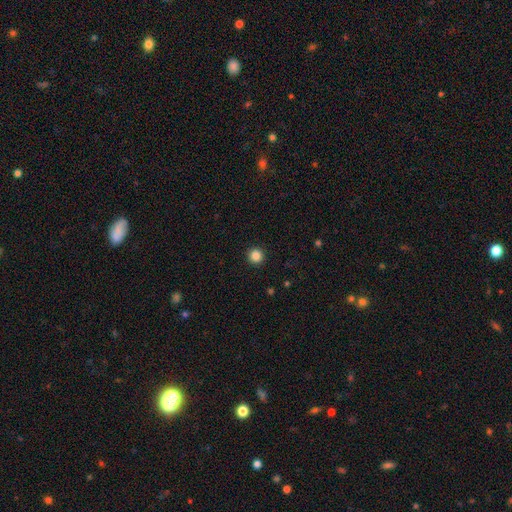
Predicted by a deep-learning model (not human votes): smooth-or-featured: smooth: 85% | star or artifact: 11% | featured or disk: 4%
  how-rounded: round: 95% | in between: 4% | cigar-shaped: 1%
  merging: none: 94% | minor disturbance: 4% | major disturbance: 2% | merger: 1%